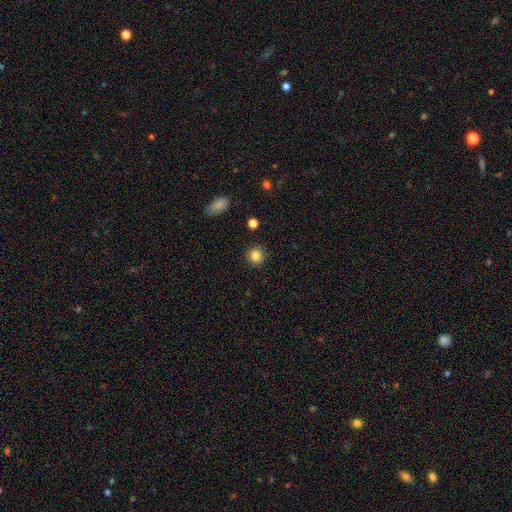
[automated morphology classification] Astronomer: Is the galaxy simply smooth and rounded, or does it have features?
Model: smooth — 84%.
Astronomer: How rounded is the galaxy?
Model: round — 91%.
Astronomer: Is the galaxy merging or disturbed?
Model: none — 90%.